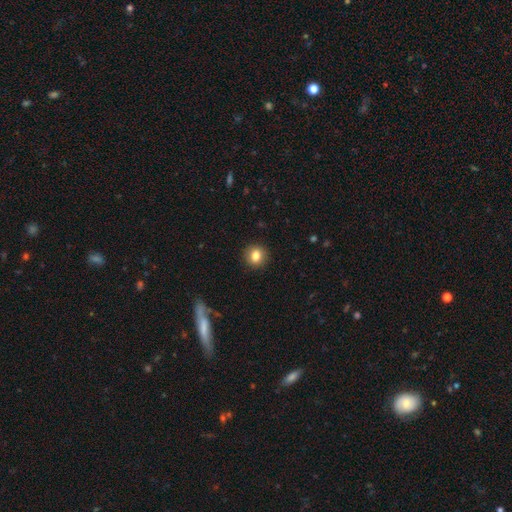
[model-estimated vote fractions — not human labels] A smooth galaxy with no disk features (83%) that is round (86%). Merging: none (91%).